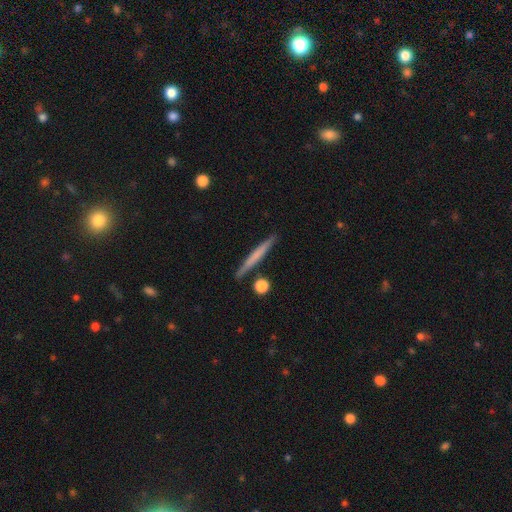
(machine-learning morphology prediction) The model was most divided on "smooth or featured": smooth: 56%, featured or disk: 38%, star or artifact: 6%. More confident: how rounded — cigar-shaped (96%); merging — none (88%).